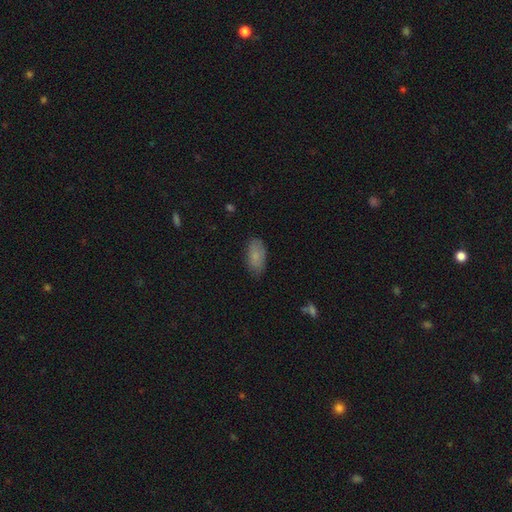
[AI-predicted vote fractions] Q: Smooth or featured?
A: smooth (81%); runner-up: featured or disk (11%)
Q: How rounded?
A: in between (93%); runner-up: cigar-shaped (4%)
Q: Merging?
A: none (76%); runner-up: minor disturbance (19%)